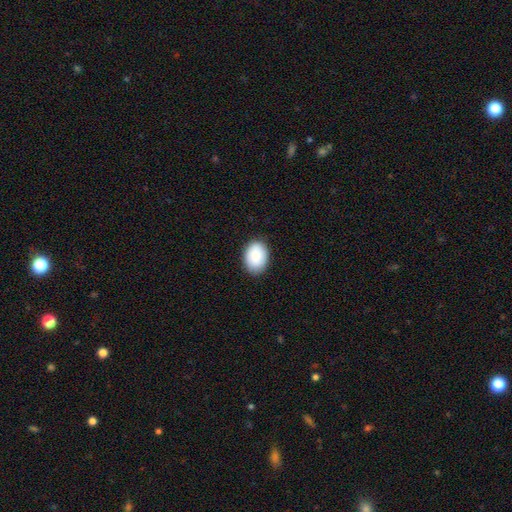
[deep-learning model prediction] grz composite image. It shows a smooth galaxy with no disk features (89%) that is in between round and cigar-shaped (82%). Merging: none (86%).